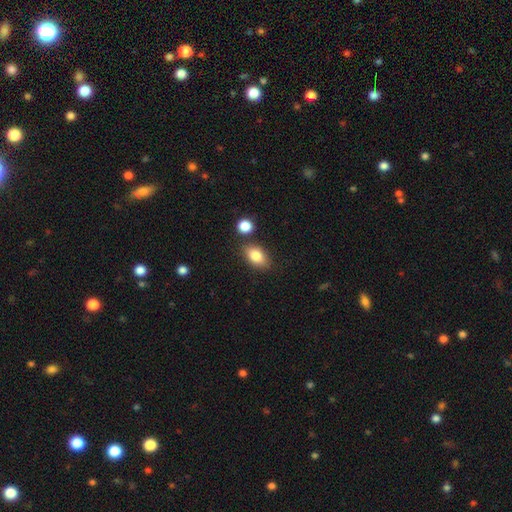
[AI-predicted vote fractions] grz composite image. It shows a smooth galaxy with no disk features (84%) that is in between round and cigar-shaped (88%). Merging: none (77%).